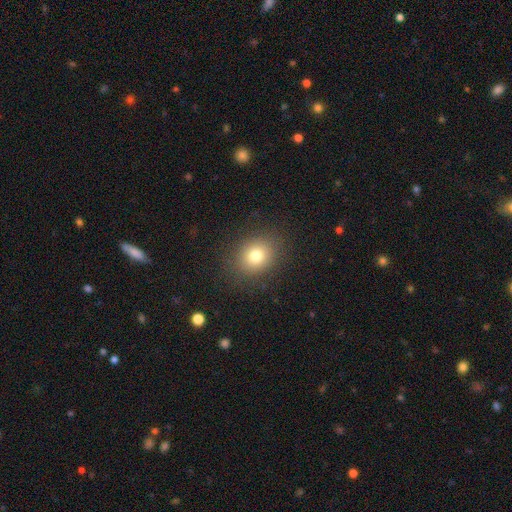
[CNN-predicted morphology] Q: Smooth or featured?
A: smooth (77%); runner-up: star or artifact (13%)
Q: How rounded?
A: round (61%); runner-up: in between (38%)
Q: Merging?
A: none (87%); runner-up: minor disturbance (8%)